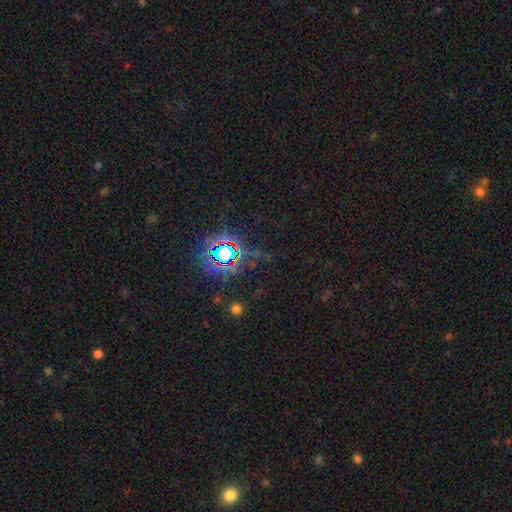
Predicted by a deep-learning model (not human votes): Overall: star or artifact (76%).